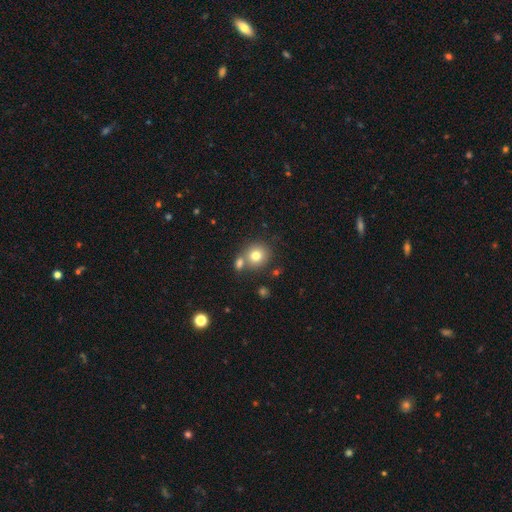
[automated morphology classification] This appears to be a smooth galaxy with no disk features (77%) that is round (86%). Merging: none (59%).